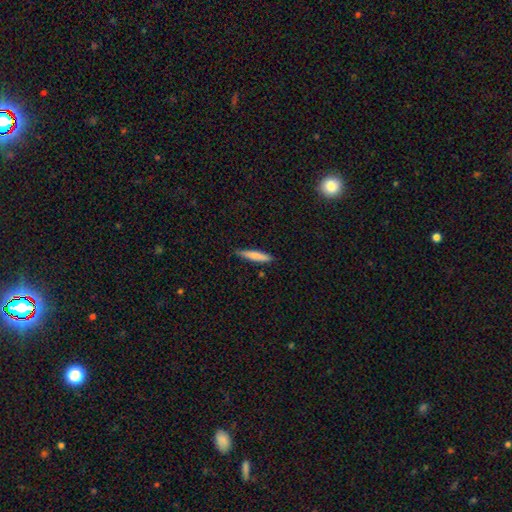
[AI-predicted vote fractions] This appears to be a smooth galaxy with no disk features (77%) that is cigar-shaped (87%). Merging: none (83%).